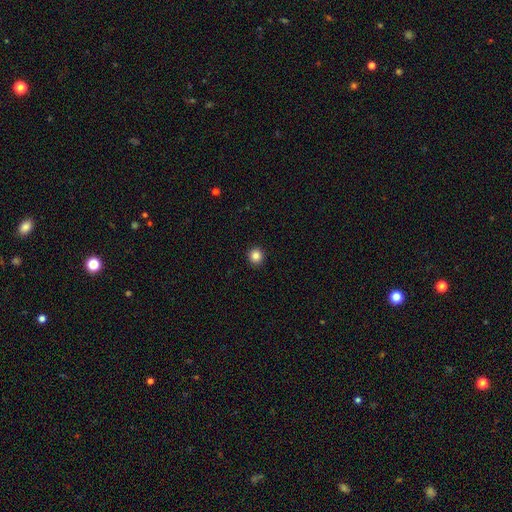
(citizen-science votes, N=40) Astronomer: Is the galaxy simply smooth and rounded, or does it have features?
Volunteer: smooth — 88%.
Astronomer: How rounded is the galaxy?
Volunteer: round — 94%.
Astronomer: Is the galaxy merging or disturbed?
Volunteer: none — 89%.